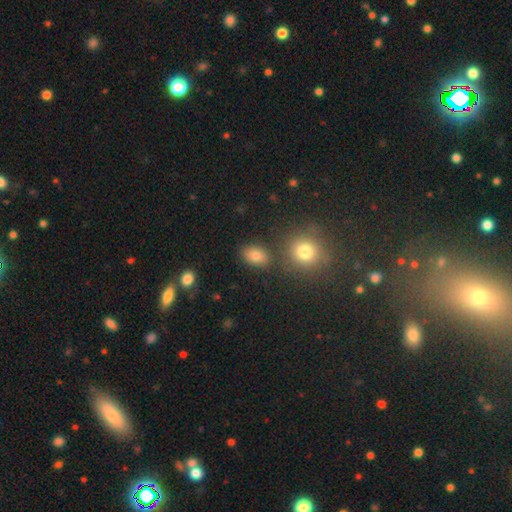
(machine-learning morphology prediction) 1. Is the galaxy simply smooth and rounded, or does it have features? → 80% smooth, 13% star or artifact, 8% featured or disk.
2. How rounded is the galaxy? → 71% in between, 27% round, 1% cigar-shaped.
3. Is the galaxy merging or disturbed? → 80% none, 10% minor disturbance, 7% merger, 3% major disturbance.